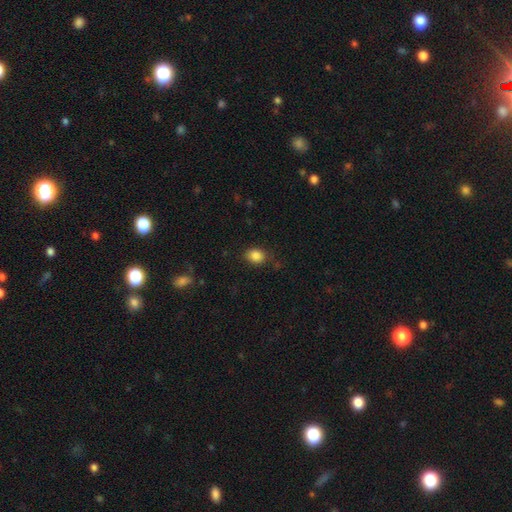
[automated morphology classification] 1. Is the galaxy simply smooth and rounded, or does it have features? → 86% smooth, 10% star or artifact, 5% featured or disk.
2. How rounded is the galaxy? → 52% in between, 47% round, 1% cigar-shaped.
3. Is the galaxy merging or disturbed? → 83% none, 12% minor disturbance, 3% major disturbance, 2% merger.